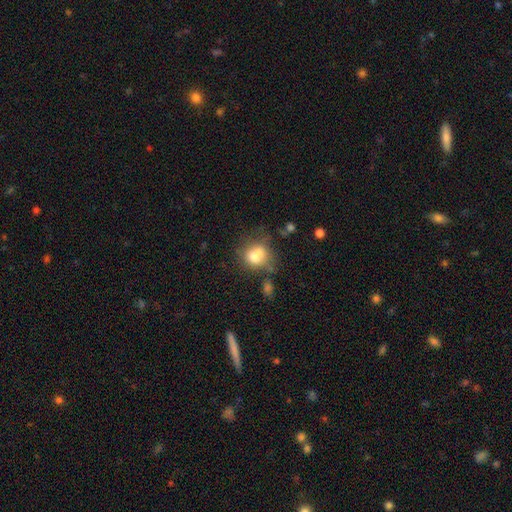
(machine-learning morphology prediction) A smooth galaxy with no disk features (73%) that is round (54%). Merging: none (41%).